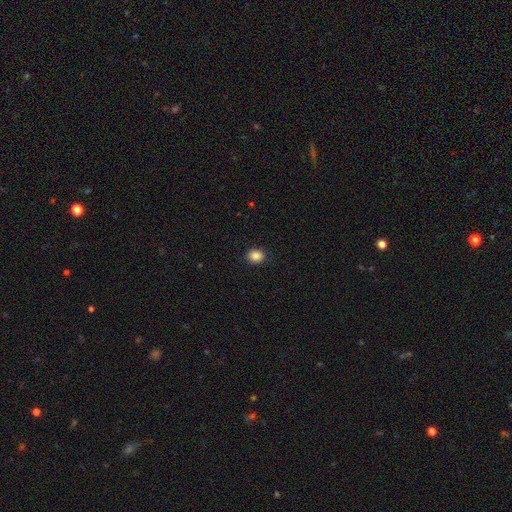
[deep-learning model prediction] smooth-or-featured: smooth: 87% | star or artifact: 10% | featured or disk: 4%
  how-rounded: round: 64% | in between: 35% | cigar-shaped: 1%
  merging: none: 91% | minor disturbance: 6% | major disturbance: 2% | merger: 1%